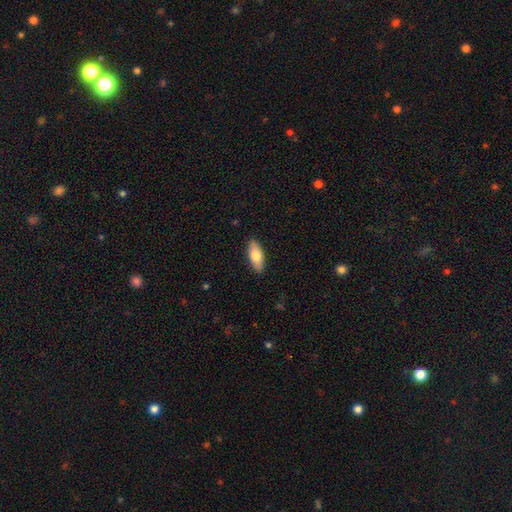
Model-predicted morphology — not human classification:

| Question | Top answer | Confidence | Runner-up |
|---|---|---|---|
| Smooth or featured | smooth | 74% | featured or disk (21%) |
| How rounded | in between | 77% | cigar-shaped (21%) |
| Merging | none | 89% | minor disturbance (8%) |